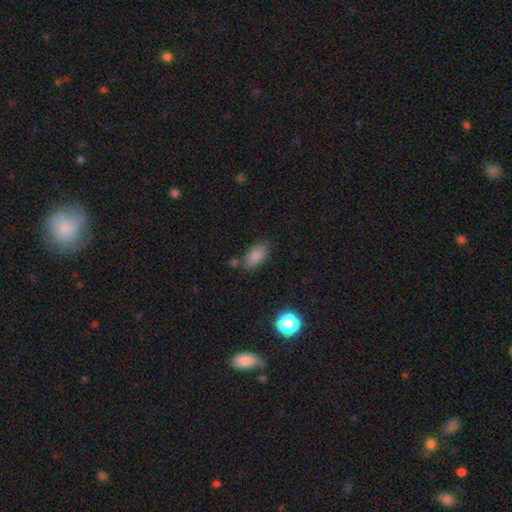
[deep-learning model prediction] The model was most divided on "merging": none: 72%, minor disturbance: 16%, merger: 8%, major disturbance: 4%. More confident: how rounded — in between (89%); smooth or featured — smooth (83%).